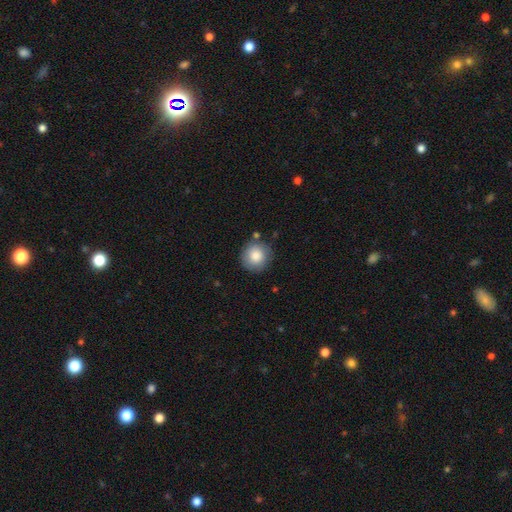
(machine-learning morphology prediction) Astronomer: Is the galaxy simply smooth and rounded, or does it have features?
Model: smooth — 83%.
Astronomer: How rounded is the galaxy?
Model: round — 92%.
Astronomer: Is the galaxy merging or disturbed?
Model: none — 81%.